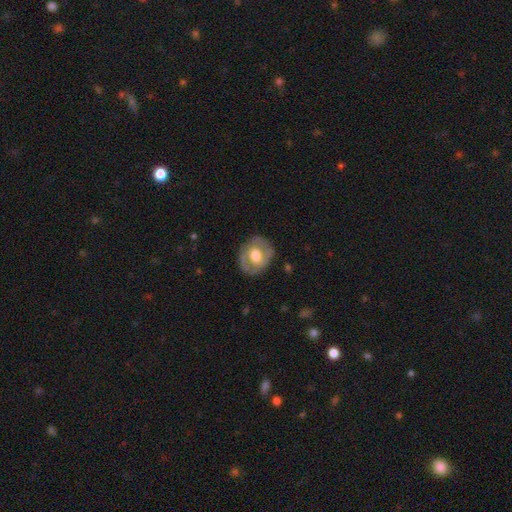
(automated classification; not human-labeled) Smooth or featured? Predicted: featured or disk (p=0.56). Edge-on disk? Predicted: no (p=0.95). Bar? Predicted: no (p=0.57). Spiral arms? Predicted: no (p=0.53). Bulge size? Predicted: moderate (p=0.59). Merging? Predicted: none (p=0.81).